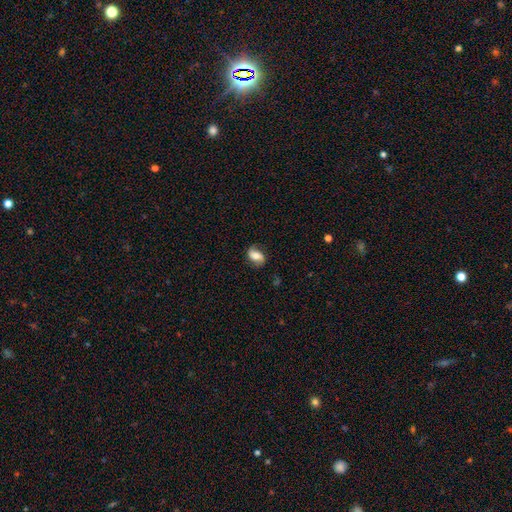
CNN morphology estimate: Smooth or featured: smooth — 51% (featured or disk — 40%)
How rounded: in between — 82% (round — 15%)
Merging: none — 76% (minor disturbance — 18%)